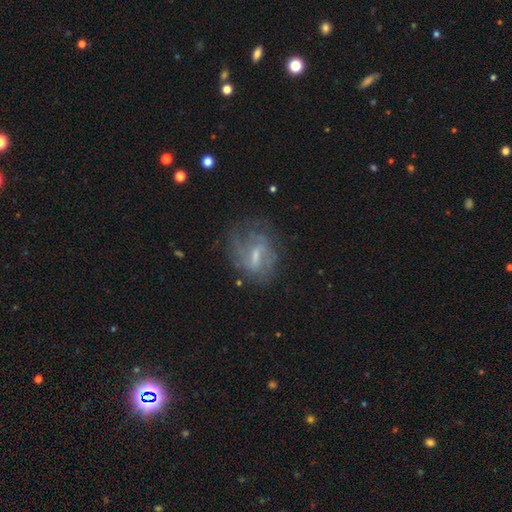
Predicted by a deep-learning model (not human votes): Smooth or featured? featured or disk (70%)
Edge-on disk? no (95%)
Bar? weak (55%)
Spiral arms? yes (75%)
Spiral winding? medium (41%)
Spiral arm count? can't tell (38%, tied with 2)
Bulge size? small (43%)
Merging? none (56%)